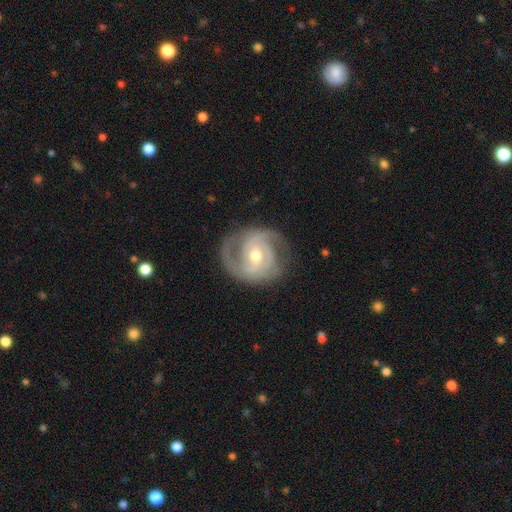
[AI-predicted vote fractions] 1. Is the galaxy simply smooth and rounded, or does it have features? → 90% featured or disk, 6% smooth, 4% star or artifact.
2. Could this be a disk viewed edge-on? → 98% no, 2% yes.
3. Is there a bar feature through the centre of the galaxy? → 44% no, 42% weak, 14% strong.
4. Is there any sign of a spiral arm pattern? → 97% yes, 3% no.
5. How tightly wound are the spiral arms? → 50% tight, 42% medium, 9% loose.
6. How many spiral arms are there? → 54% 2, 27% 3, 9% can't tell, 4% 1, 4% 4, 3% more than 4.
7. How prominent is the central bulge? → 68% moderate, 28% small, 3% large, 1% none, 1% dominant.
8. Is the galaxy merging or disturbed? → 75% none, 17% minor disturbance, 7% major disturbance, 1% merger.